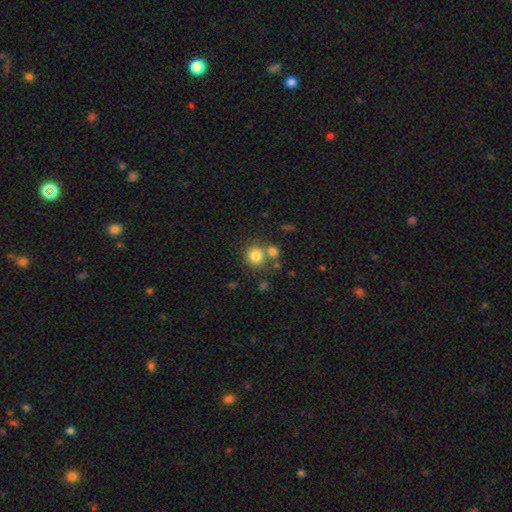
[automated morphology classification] This appears to be a smooth galaxy with no disk features (82%) that is round (86%). Merging: none (63%).